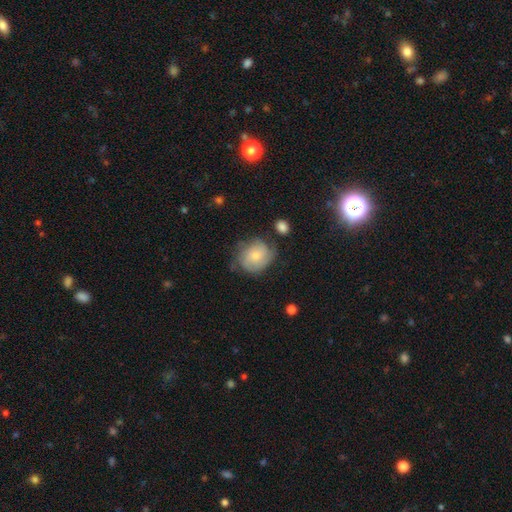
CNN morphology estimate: Smooth or featured: featured or disk — 50% (smooth — 42%)
Edge-on disk: no — 97% (yes — 3%)
Merging: none — 59% (minor disturbance — 27%)